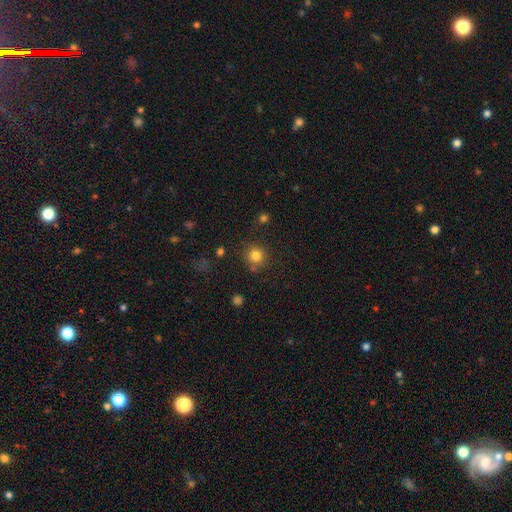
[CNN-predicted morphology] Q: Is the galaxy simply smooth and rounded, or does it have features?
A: smooth — 82%.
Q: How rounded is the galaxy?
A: round — 92%.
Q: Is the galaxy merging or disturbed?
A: none — 80%.